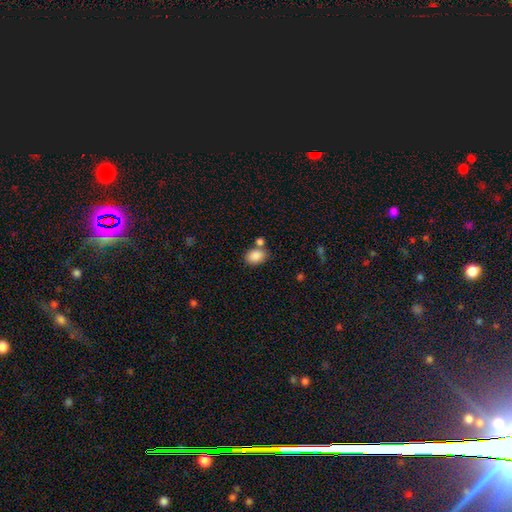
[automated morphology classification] The model was most divided on "merging": none: 65%, merger: 18%, minor disturbance: 13%, major disturbance: 4%. More confident: smooth or featured — smooth (87%); how rounded — in between (77%).